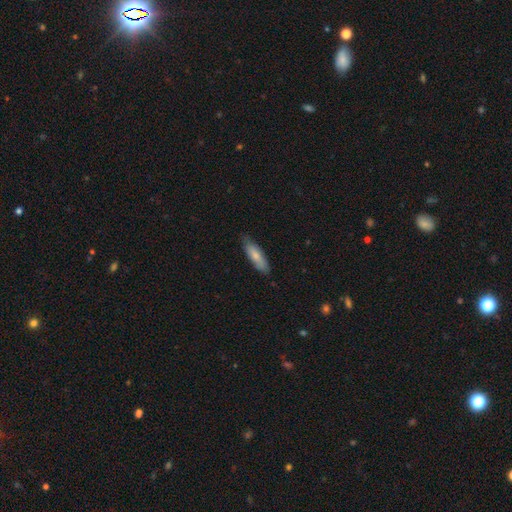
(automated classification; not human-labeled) Smooth or featured? Predicted: smooth (p=0.77). How rounded? Predicted: cigar-shaped (p=0.54). Merging? Predicted: none (p=0.79).